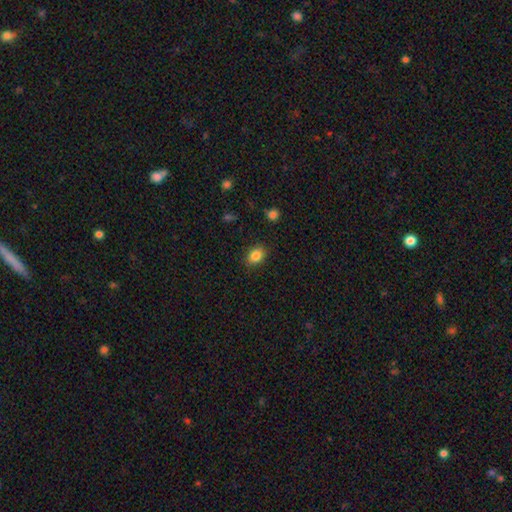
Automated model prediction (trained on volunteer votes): Smooth or featured? smooth (85%)
How rounded? in between (67%)
Merging? none (86%)